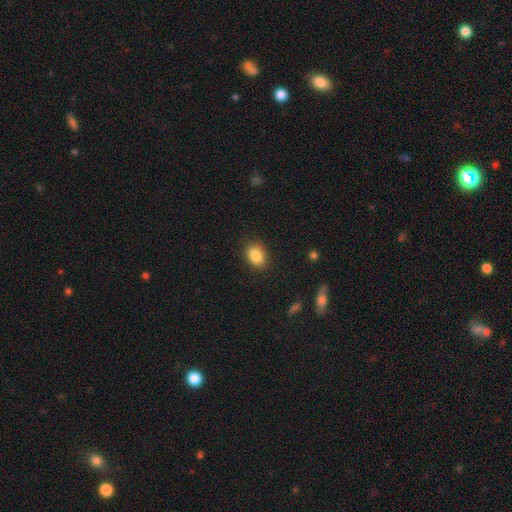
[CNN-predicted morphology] Smooth or featured: smooth — 86% (star or artifact — 9%)
How rounded: in between — 64% (round — 35%)
Merging: none — 86% (minor disturbance — 10%)